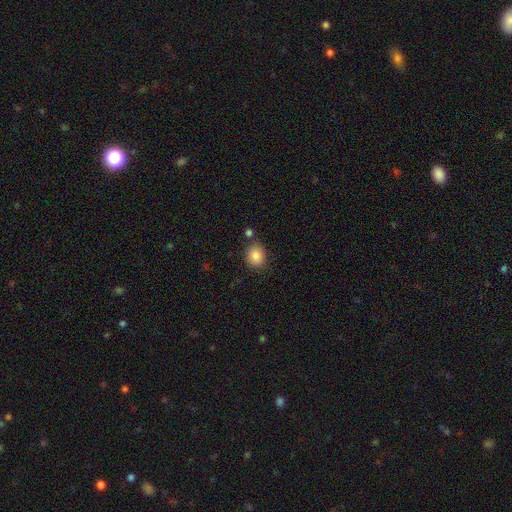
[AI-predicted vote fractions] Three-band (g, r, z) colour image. It shows a smooth galaxy with no disk features (86%) that is round (65%). Merging: none (78%).